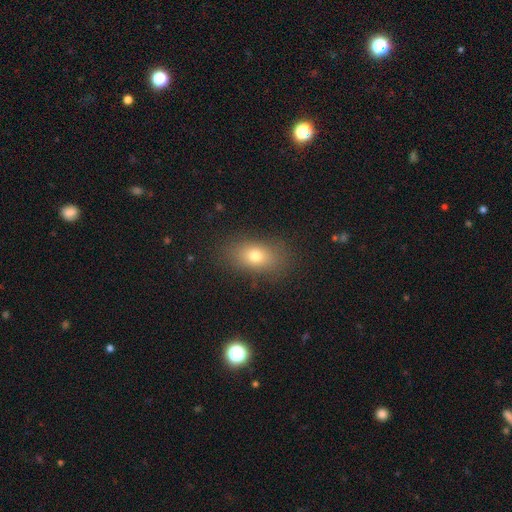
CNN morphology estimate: smooth 74%, featured or disk 13%, star or artifact 12%. Down the decision tree: how rounded — in between (78%); merging — none (84%).